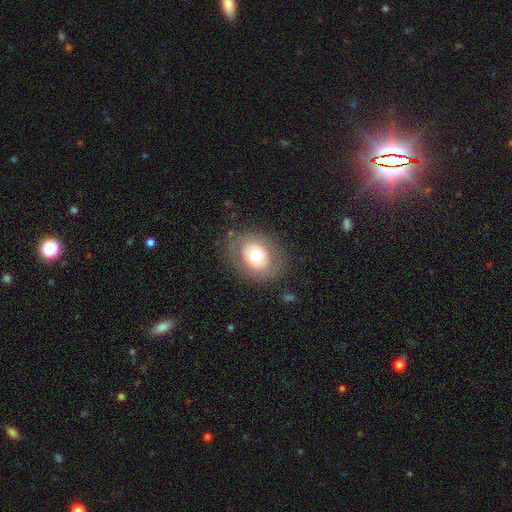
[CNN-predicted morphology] smooth-or-featured: smooth: 64% | featured or disk: 27% | star or artifact: 9%
  how-rounded: round: 51% | in between: 48% | cigar-shaped: 1%
  merging: none: 81% | minor disturbance: 11% | major disturbance: 6% | merger: 1%